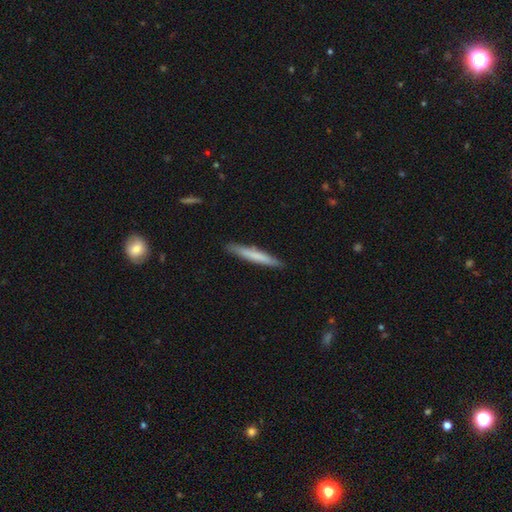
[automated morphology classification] Q: Smooth or featured?
A: smooth (69%); runner-up: featured or disk (25%)
Q: How rounded?
A: cigar-shaped (96%); runner-up: in between (3%)
Q: Merging?
A: none (89%); runner-up: minor disturbance (8%)